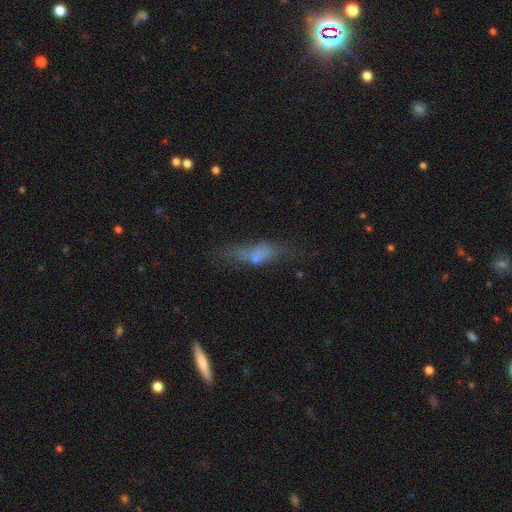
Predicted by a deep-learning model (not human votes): smooth_or_featured: smooth (p=0.51) [alt: featured or disk p=0.34]
how_rounded: cigar-shaped (p=0.62) [alt: in between p=0.34]
merging: none (p=0.50) [alt: minor disturbance p=0.26]